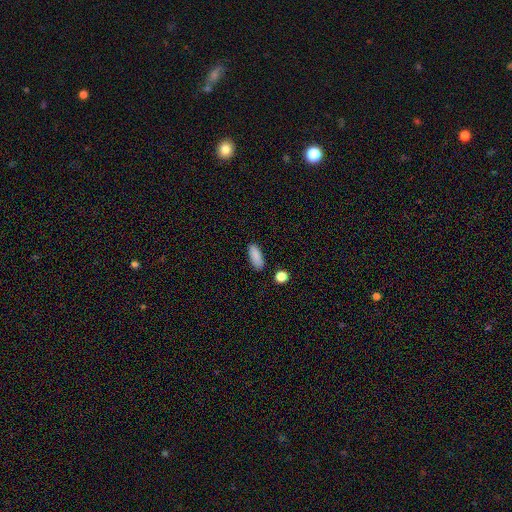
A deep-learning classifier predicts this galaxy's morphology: Smooth or featured? Predicted: smooth (p=0.88). How rounded? Predicted: in between (p=0.77). Merging? Predicted: none (p=0.86).